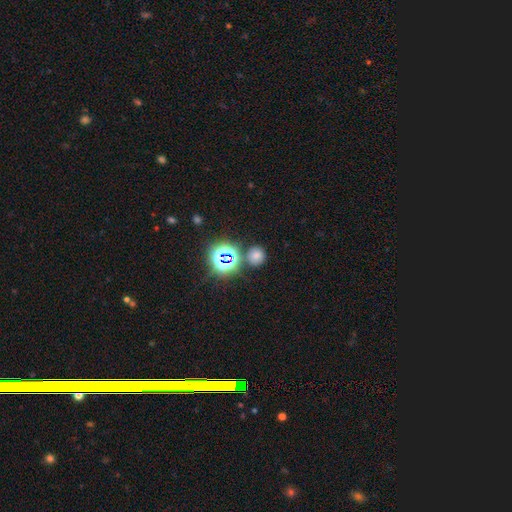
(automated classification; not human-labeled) This is likely a smooth galaxy (64%). How rounded: clearly round (88%). Merging: likely none (80%).